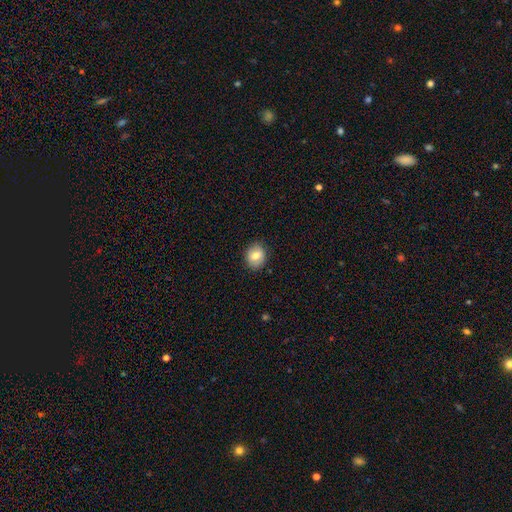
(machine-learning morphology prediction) Overall: smooth (73%). How rounded: round (61%; in between 38%). Merging: none (85%).